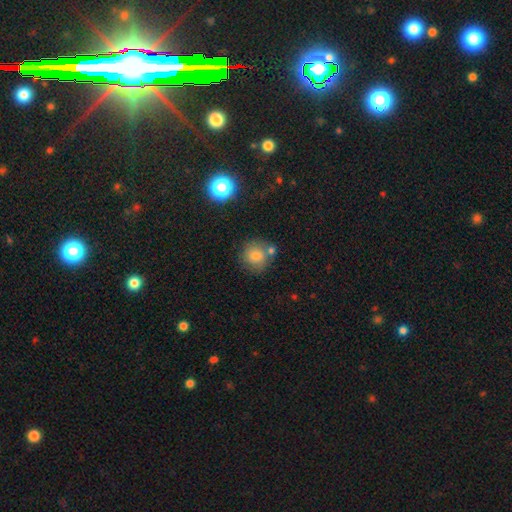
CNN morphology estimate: smooth 78%, star or artifact 12%, featured or disk 10%. Down the decision tree: how rounded — round (91%); merging — none (68%).